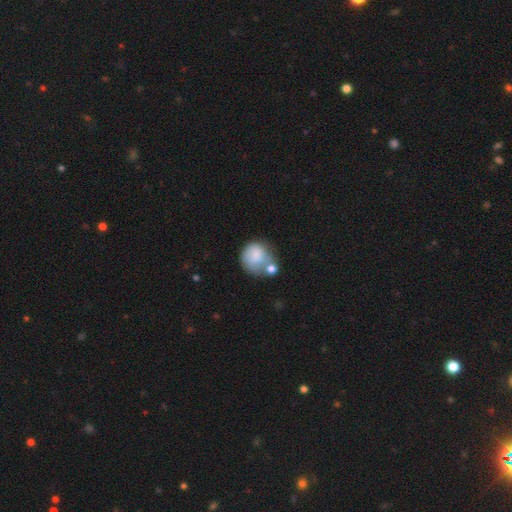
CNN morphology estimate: A smooth galaxy with no disk features (77%) that is round (78%).

Vote fractions:
- Smooth or featured? smooth: 77% / featured or disk: 15% / star or artifact: 8%
- How rounded? round: 78% / in between: 21% / cigar-shaped: 1%
- Merging? none: 37% / merger: 32% / minor disturbance: 20% / major disturbance: 12%